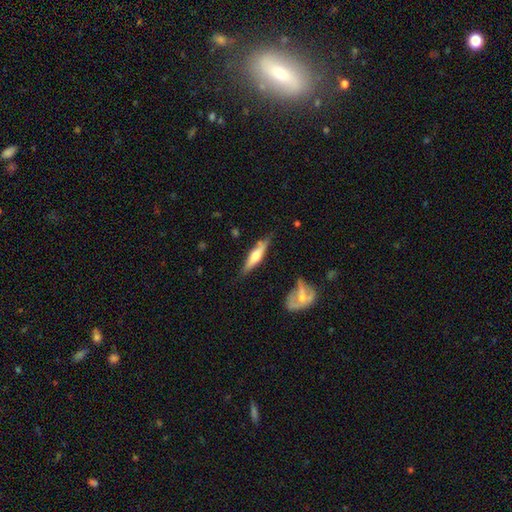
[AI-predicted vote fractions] Q: Smooth or featured?
A: featured or disk (53%); runner-up: smooth (41%)
Q: Edge-on disk?
A: yes (92%); runner-up: no (8%)
Q: Merging?
A: none (77%); runner-up: minor disturbance (16%)